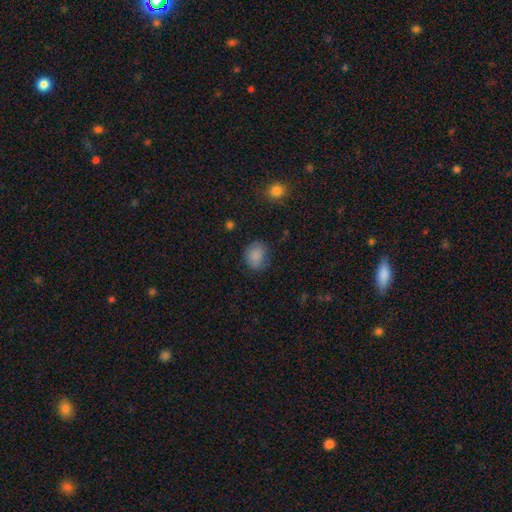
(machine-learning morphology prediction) Smooth or featured?
  - smooth: 84% *
  - star or artifact: 9%
  - featured or disk: 7%
How rounded?
  - round: 62% *
  - in between: 37%
  - cigar-shaped: 1%
Merging?
  - none: 70% *
  - minor disturbance: 22%
  - major disturbance: 6%
  - merger: 2%